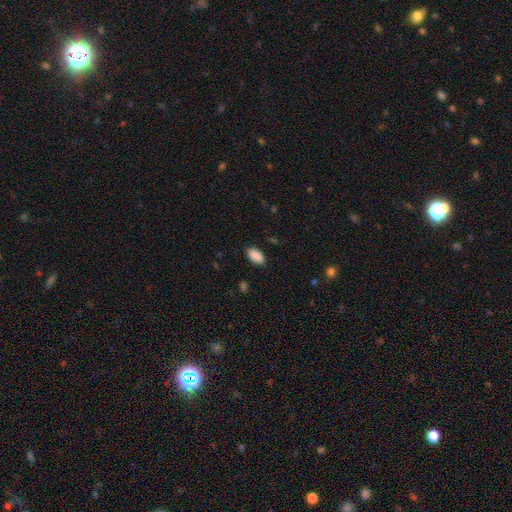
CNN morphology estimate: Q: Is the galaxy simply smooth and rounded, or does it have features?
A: smooth — 90%.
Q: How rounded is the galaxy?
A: in between — 94%.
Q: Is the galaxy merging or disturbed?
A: none — 86%.